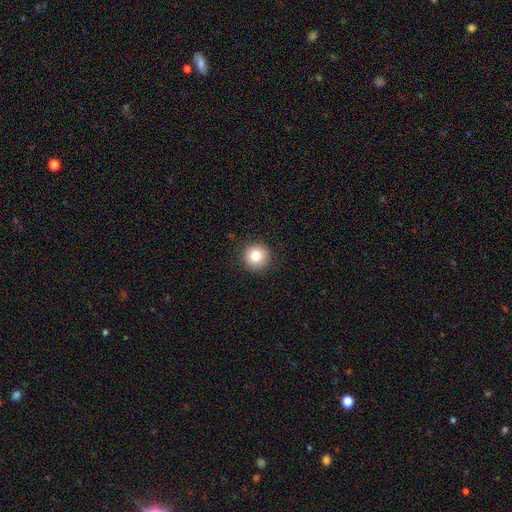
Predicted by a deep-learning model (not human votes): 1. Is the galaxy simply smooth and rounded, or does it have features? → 81% smooth, 10% star or artifact, 8% featured or disk.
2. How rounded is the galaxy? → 95% round, 4% in between, 1% cigar-shaped.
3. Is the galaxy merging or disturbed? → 91% none, 6% minor disturbance, 2% major disturbance, 1% merger.